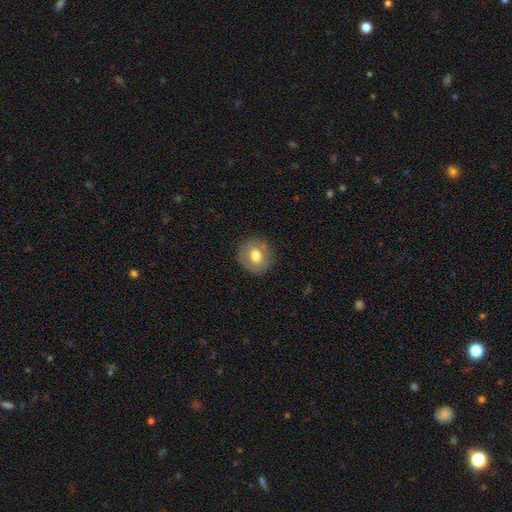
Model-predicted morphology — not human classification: type=smooth (68%); roundness=round (86%); merging=none (86%).